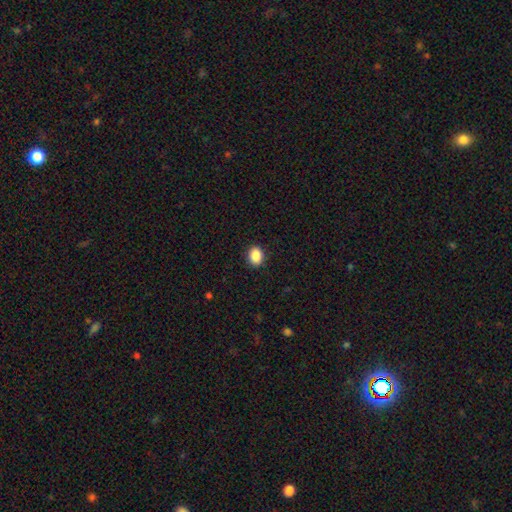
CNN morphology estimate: type=smooth (88%); roundness=in between (61%); merging=none (90%).